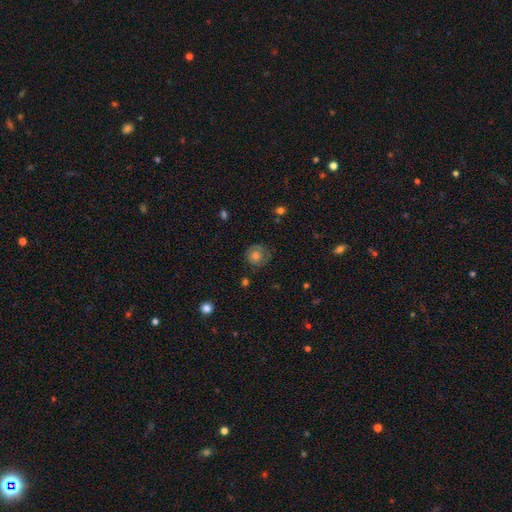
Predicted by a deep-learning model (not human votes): smooth 62%, featured or disk 27%, star or artifact 11%. Down the decision tree: how rounded — round (87%); merging — none (74%).